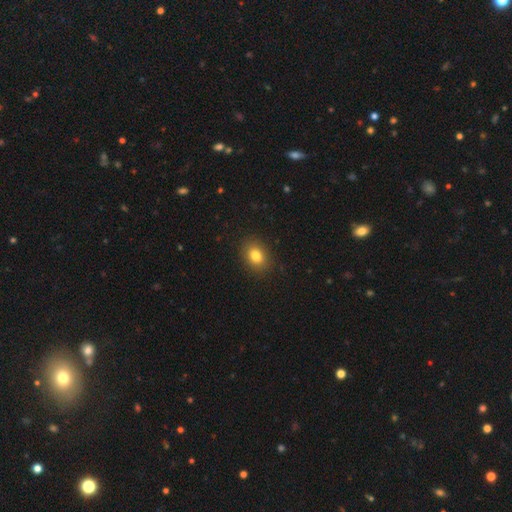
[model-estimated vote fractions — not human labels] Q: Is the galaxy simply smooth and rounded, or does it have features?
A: smooth — 83%.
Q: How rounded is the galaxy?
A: in between — 63%.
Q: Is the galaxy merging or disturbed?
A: none — 88%.